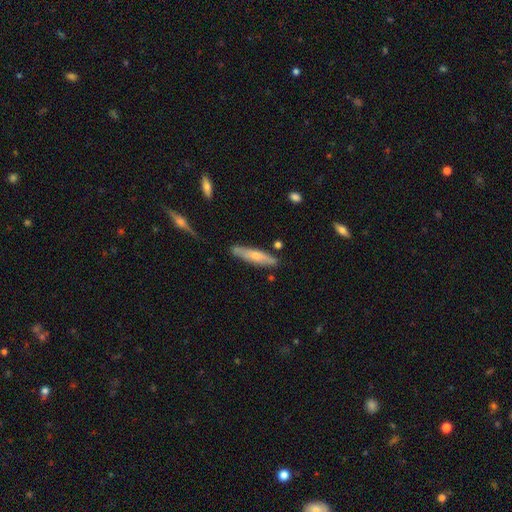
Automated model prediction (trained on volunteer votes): A smooth galaxy with no disk features (48%).

Vote fractions:
- Smooth or featured? smooth: 48% / featured or disk: 45% / star or artifact: 7%
- Merging? none: 81% / minor disturbance: 14% / merger: 3% / major disturbance: 2%